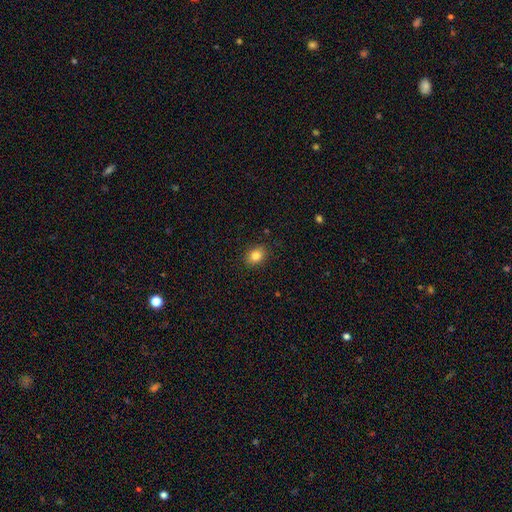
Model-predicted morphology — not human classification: Smooth or featured?
  - smooth: 83% *
  - star or artifact: 9%
  - featured or disk: 8%
How rounded?
  - in between: 68% *
  - round: 31%
  - cigar-shaped: 1%
Merging?
  - none: 88% *
  - minor disturbance: 9%
  - major disturbance: 2%
  - merger: 1%